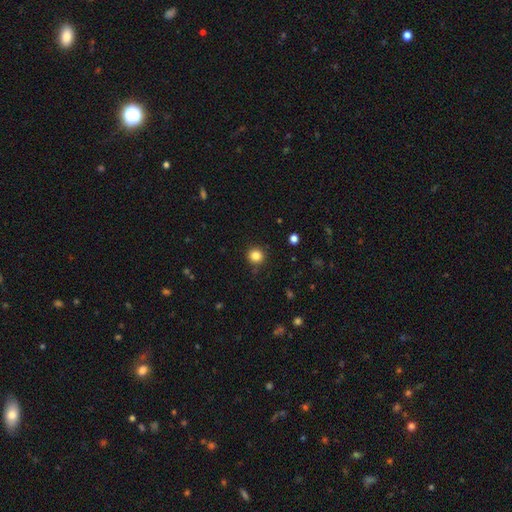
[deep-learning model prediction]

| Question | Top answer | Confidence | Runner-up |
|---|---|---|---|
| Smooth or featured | smooth | 84% | star or artifact (12%) |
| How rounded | round | 93% | in between (6%) |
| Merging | none | 90% | minor disturbance (7%) |